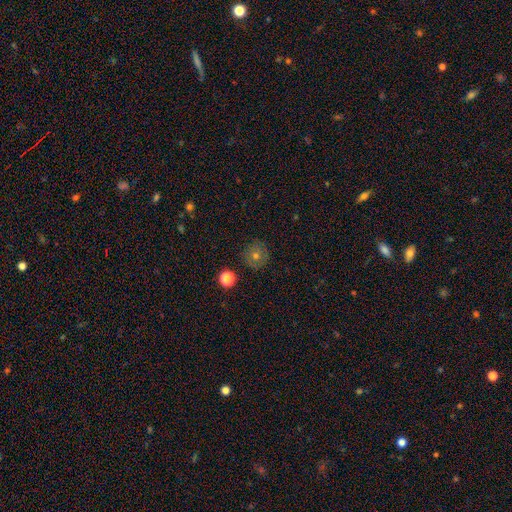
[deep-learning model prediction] The model was most divided on "smooth or featured": smooth: 66%, featured or disk: 18%, star or artifact: 17%. More confident: how rounded — round (94%); merging — none (87%).